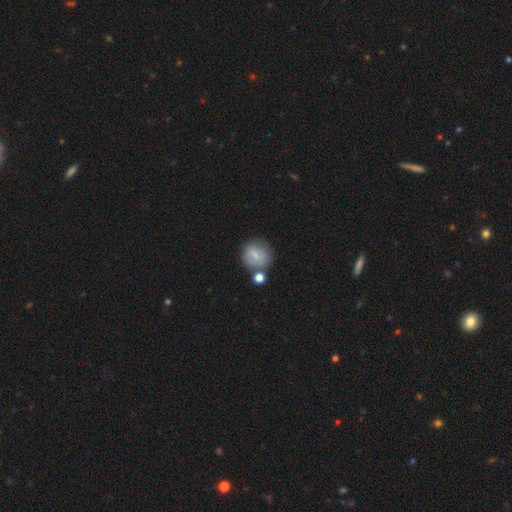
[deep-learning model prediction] Smooth or featured? Predicted: smooth (p=0.73). How rounded? Predicted: round (p=0.86). Merging? Predicted: none (p=0.62).